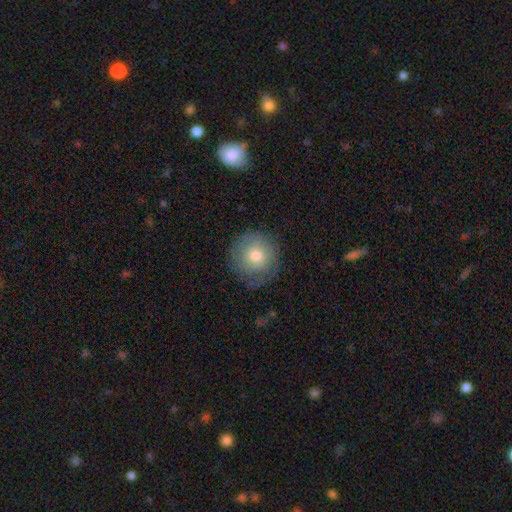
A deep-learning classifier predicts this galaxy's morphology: Q: Smooth or featured?
A: smooth (69%); runner-up: featured or disk (22%)
Q: How rounded?
A: round (94%); runner-up: in between (5%)
Q: Merging?
A: none (77%); runner-up: minor disturbance (16%)